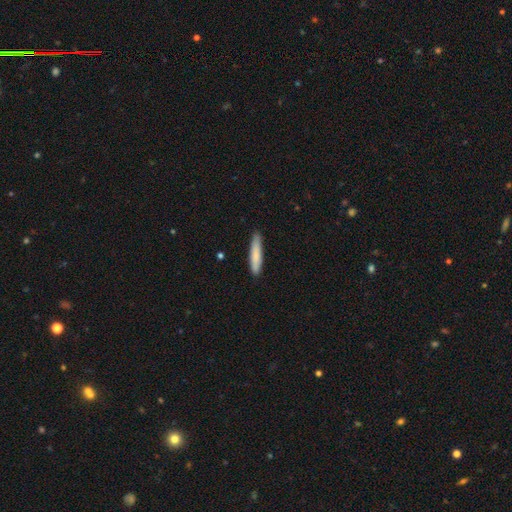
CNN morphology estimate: A smooth galaxy with no disk features (82%) that is cigar-shaped (89%). Merging: none (86%).